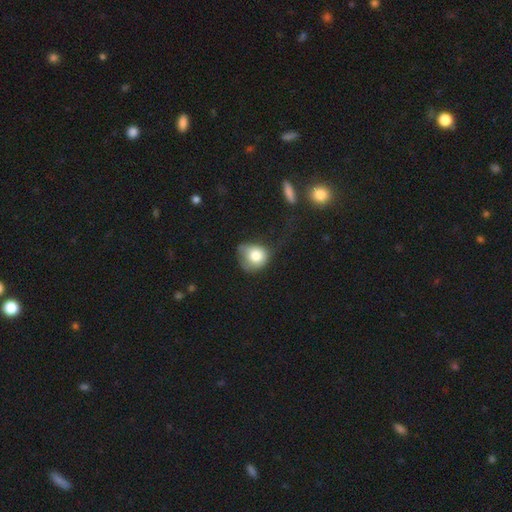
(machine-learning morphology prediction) type=smooth (77%); roundness=round (69%); merging=minor disturbance (38%).